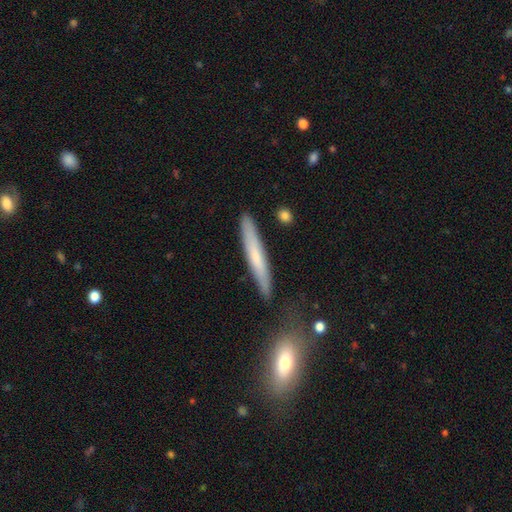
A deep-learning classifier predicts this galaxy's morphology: Smooth or featured: smooth — 61% (featured or disk — 33%)
How rounded: cigar-shaped — 94% (in between — 4%)
Merging: none — 82% (minor disturbance — 12%)